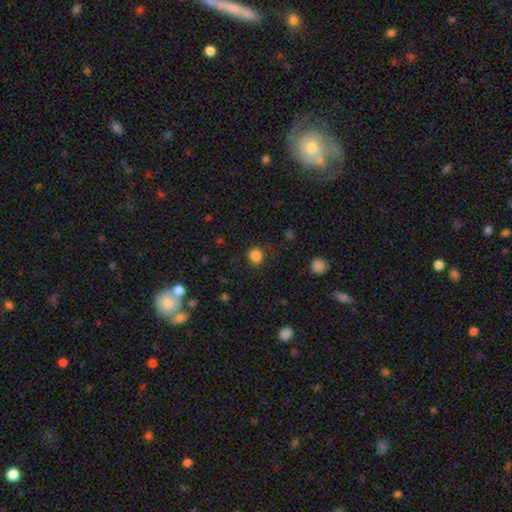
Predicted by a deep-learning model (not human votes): This is clearly a smooth galaxy (84%). How rounded: likely round (75%). Merging: likely none (74%).